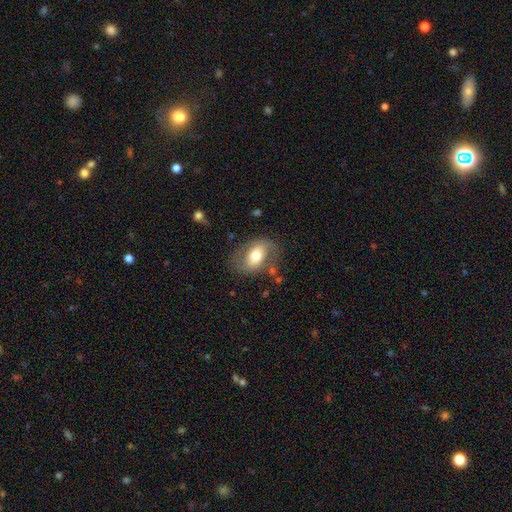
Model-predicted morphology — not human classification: smooth_or_featured: smooth (p=0.56) [alt: featured or disk p=0.36]
how_rounded: in between (p=0.83) [alt: round p=0.15]
merging: none (p=0.68) [alt: minor disturbance p=0.19]